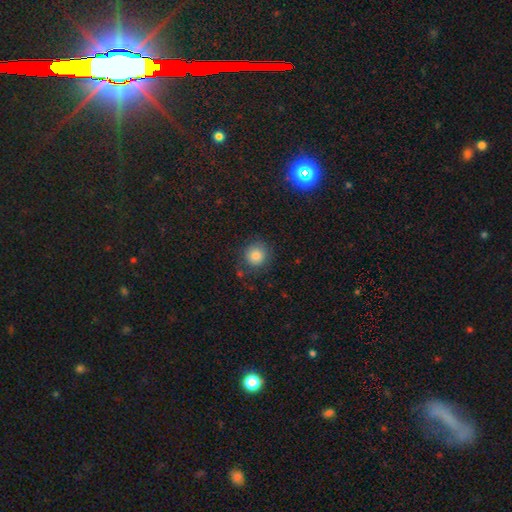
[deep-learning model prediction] smooth_or_featured: smooth (p=0.82) [alt: star or artifact p=0.11]
how_rounded: round (p=0.90) [alt: in between p=0.09]
merging: none (p=0.80) [alt: minor disturbance p=0.13]